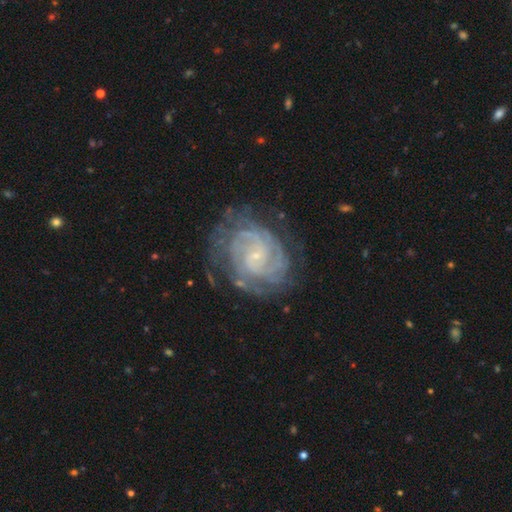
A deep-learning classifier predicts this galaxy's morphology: Smooth or featured? Predicted: featured or disk (p=0.88). Edge-on disk? Predicted: no (p=0.98). Bar? Predicted: no (p=0.60). Spiral arms? Predicted: yes (p=0.98). Spiral winding? Predicted: tight (p=0.75). Spiral arm count? Predicted: 2 (p=0.30). Bulge size? Predicted: small (p=0.84). Merging? Predicted: none (p=0.75).